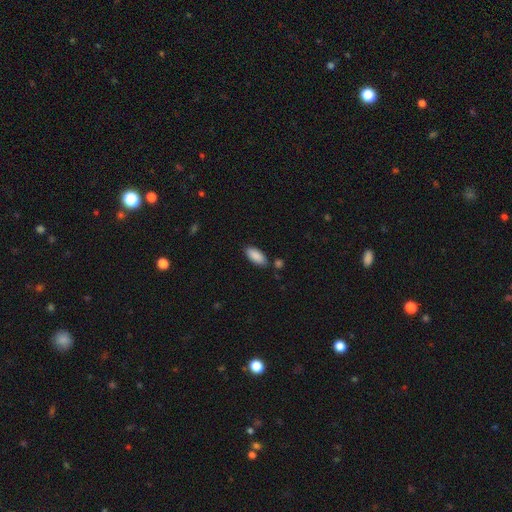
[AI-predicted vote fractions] Smooth or featured: smooth — 89% (star or artifact — 6%)
How rounded: in between — 87% (cigar-shaped — 11%)
Merging: none — 81% (minor disturbance — 11%)